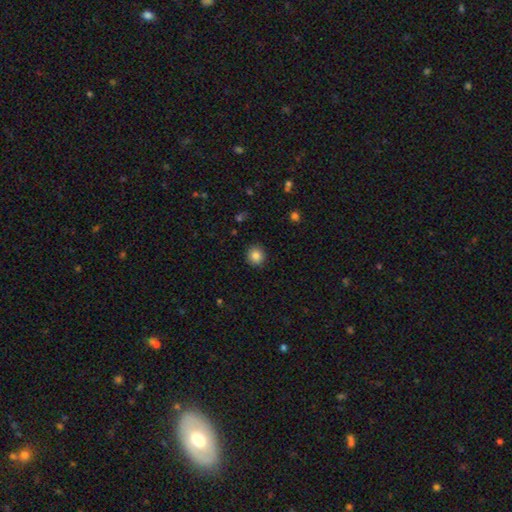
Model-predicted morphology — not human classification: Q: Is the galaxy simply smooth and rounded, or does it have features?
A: smooth — 85%.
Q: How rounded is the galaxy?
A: round — 90%.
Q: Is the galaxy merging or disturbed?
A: none — 90%.